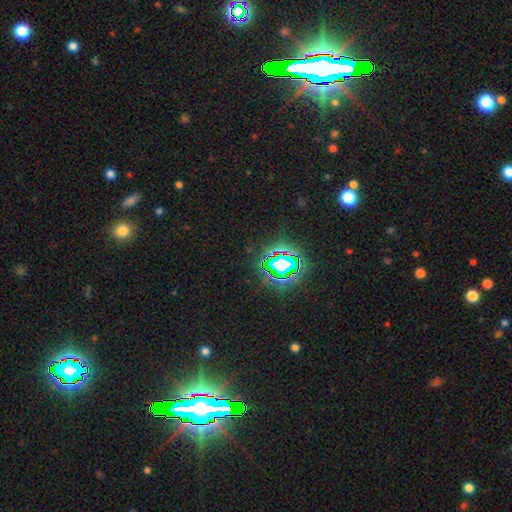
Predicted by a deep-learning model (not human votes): Q: Smooth or featured?
A: star or artifact (84%); runner-up: smooth (9%)